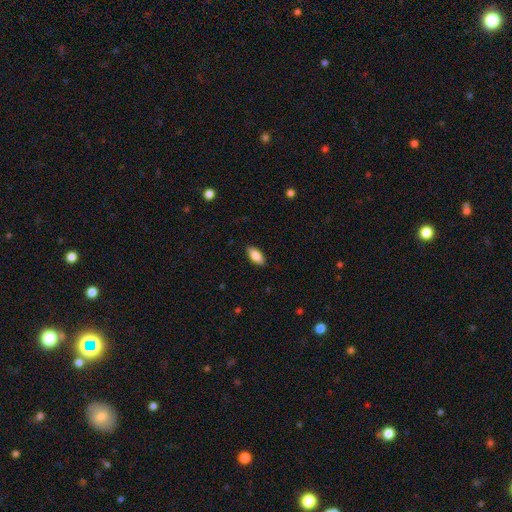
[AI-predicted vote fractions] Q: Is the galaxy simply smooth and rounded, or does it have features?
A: smooth — 84%.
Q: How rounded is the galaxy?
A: in between — 86%.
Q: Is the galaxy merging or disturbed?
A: none — 89%.